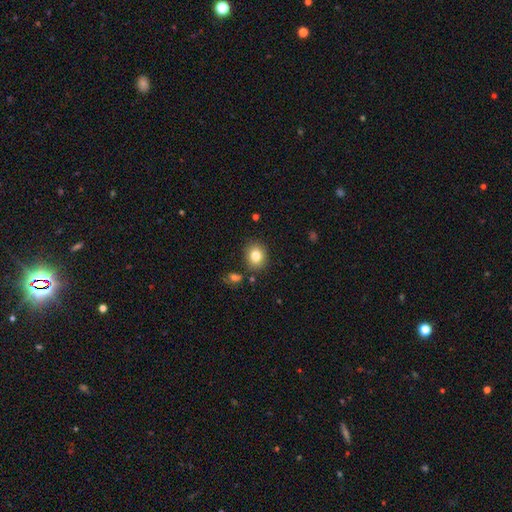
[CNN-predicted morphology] The model was most divided on "how rounded": round: 63%, in between: 36%, cigar-shaped: 1%. More confident: merging — none (84%); smooth or featured — smooth (81%).